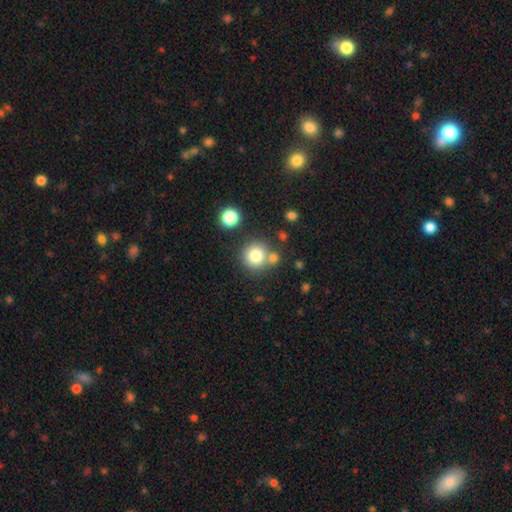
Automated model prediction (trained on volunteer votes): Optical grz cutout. It shows a smooth galaxy with no disk features (79%) that is round (93%). Merging: none (70%).